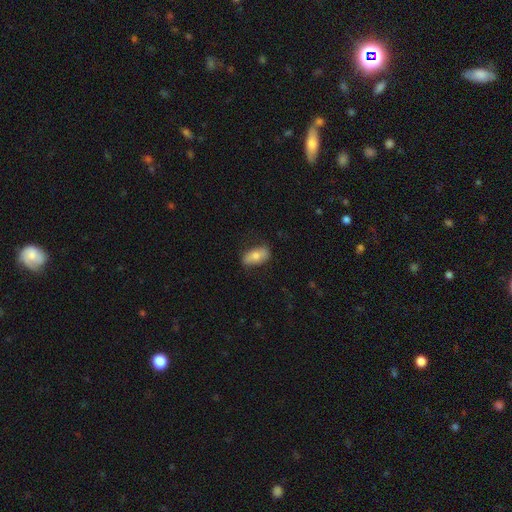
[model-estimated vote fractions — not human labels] This appears to be a smooth galaxy with no disk features (70%) that is in between round and cigar-shaped (88%). Merging: none (74%).